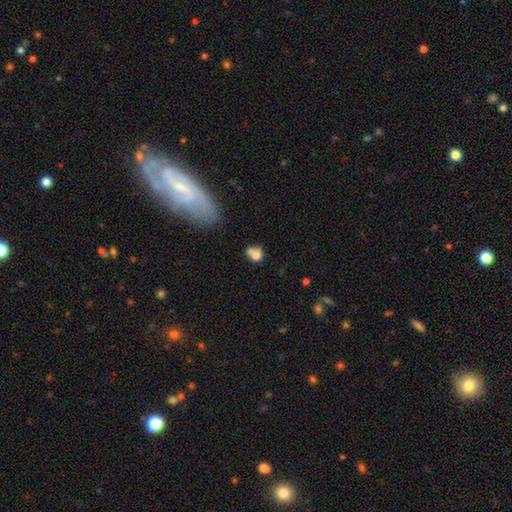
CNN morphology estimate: Smooth or featured? smooth (74%)
How rounded? round (54%)
Merging? merger (36%)